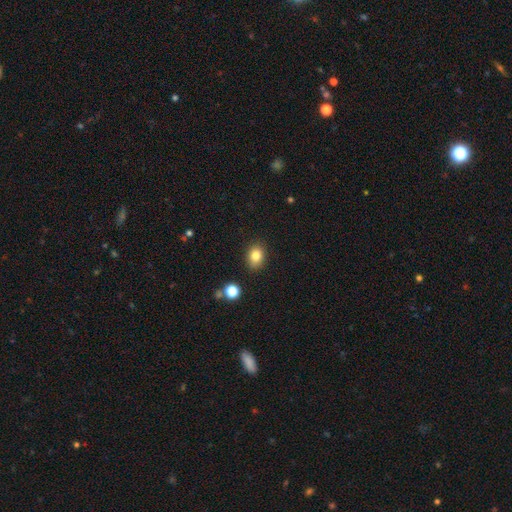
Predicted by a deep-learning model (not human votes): This appears to be a smooth galaxy with no disk features (82%) that is in between round and cigar-shaped (60%). Merging: none (86%).